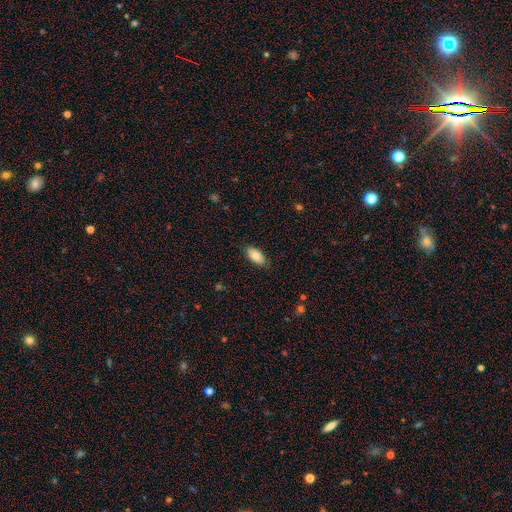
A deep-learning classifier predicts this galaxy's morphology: smooth-or-featured: smooth: 84% | featured or disk: 9% | star or artifact: 7%
  how-rounded: in between: 93% | cigar-shaped: 5% | round: 2%
  merging: none: 84% | minor disturbance: 12% | major disturbance: 2% | merger: 1%